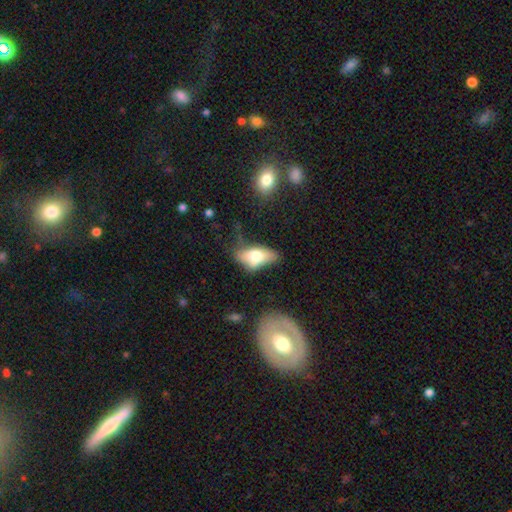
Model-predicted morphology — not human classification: smooth 63%, featured or disk 29%, star or artifact 8%. Down the decision tree: how rounded — in between (87%); merging — none (37%).